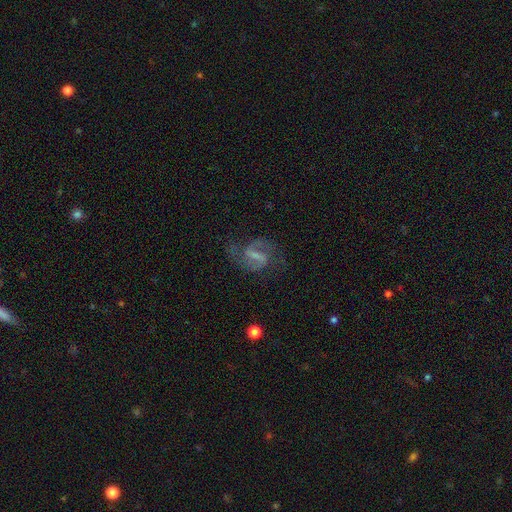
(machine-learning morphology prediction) featured or disk 83%, smooth 10%, star or artifact 7%. Down the decision tree: edge-on disk — no (97%); bar — weak (46%); spiral arms — yes (93%); spiral arm count — 2 (90%); spiral winding — medium (54%); bulge size — small (40%); merging — none (68%).